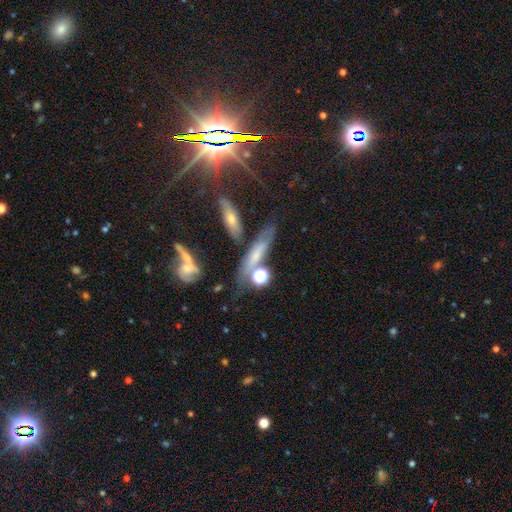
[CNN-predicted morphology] Q: Smooth or featured?
A: smooth (45%); runner-up: featured or disk (35%)
Q: Merging?
A: none (52%); runner-up: minor disturbance (19%)